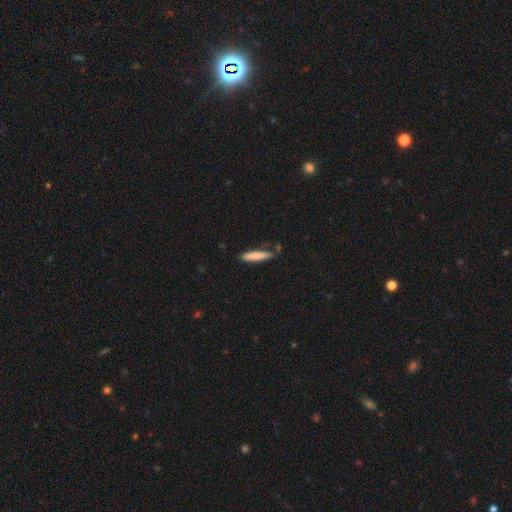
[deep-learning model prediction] Morphology: type=smooth (80%); roundness=cigar-shaped (88%); merging=none (75%).